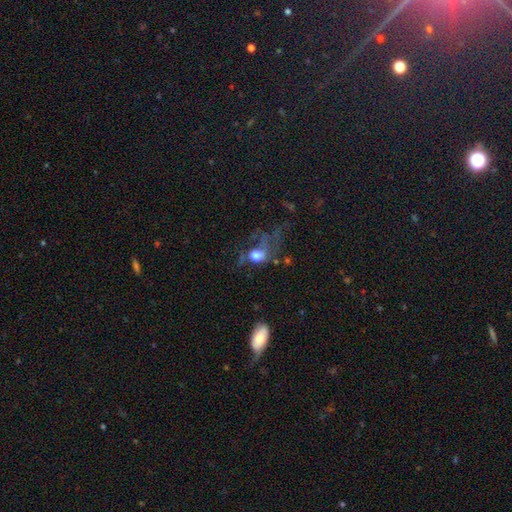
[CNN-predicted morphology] This is possibly a smooth galaxy (52%). How rounded: possibly round (54%). Merging: possibly major disturbance (58%).